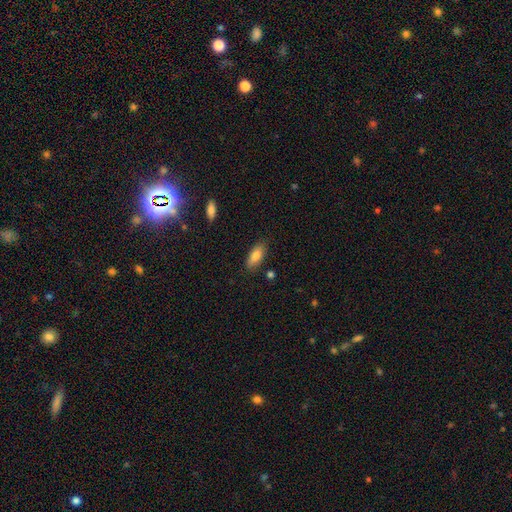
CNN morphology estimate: A smooth galaxy with no disk features (82%) that is in between round and cigar-shaped (82%).

Vote fractions:
- Smooth or featured? smooth: 82% / featured or disk: 11% / star or artifact: 7%
- How rounded? in between: 82% / cigar-shaped: 16% / round: 2%
- Merging? none: 83% / minor disturbance: 12% / major disturbance: 3% / merger: 2%